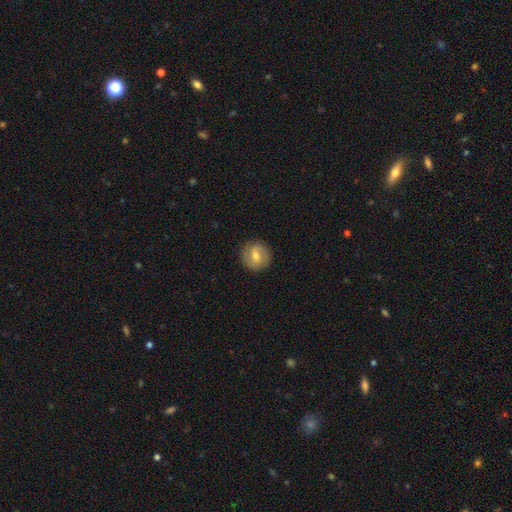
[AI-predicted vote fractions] smooth 47%, featured or disk 46%, star or artifact 8%. Down the decision tree: merging — none (87%).